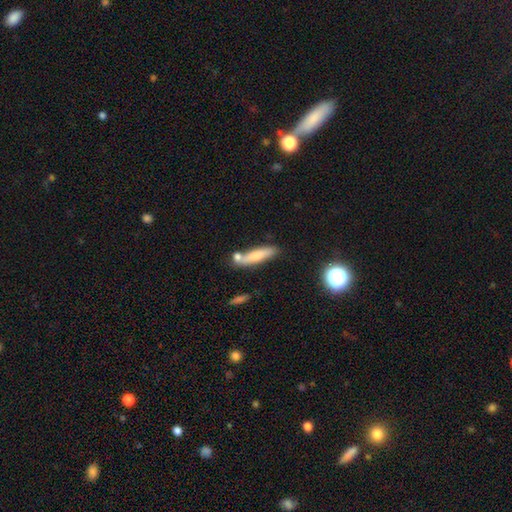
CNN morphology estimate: type=smooth (71%); roundness=cigar-shaped (79%); merging=none (61%).